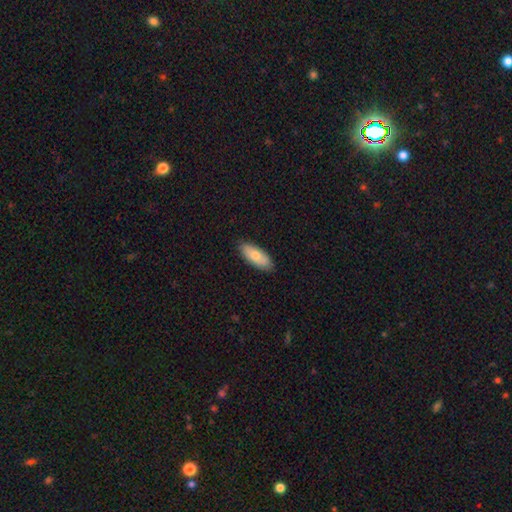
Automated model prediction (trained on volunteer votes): Overall: smooth (76%). How rounded: in between (80%). Merging: none (85%).